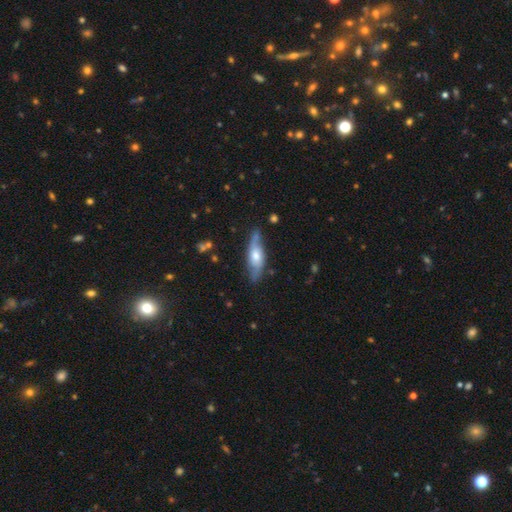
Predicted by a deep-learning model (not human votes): Smooth or featured? featured or disk (57%)
Edge-on disk? no (56%)
Merging? none (74%)